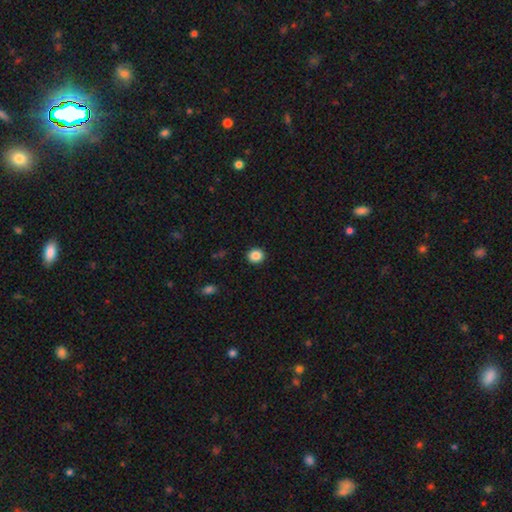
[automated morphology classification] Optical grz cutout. It shows a smooth galaxy with no disk features (87%) that is round (84%). Merging: none (92%).